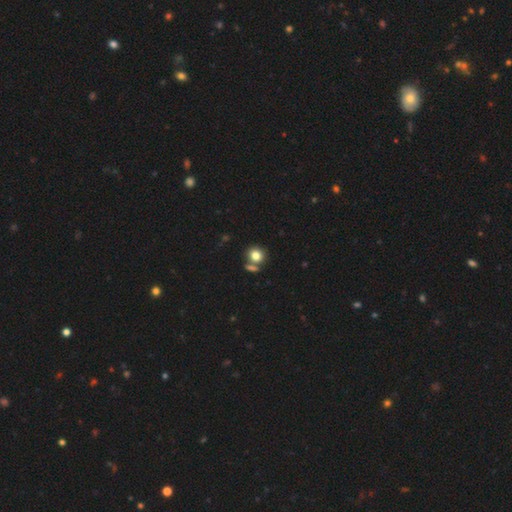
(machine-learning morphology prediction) This appears to be a smooth galaxy with no disk features (81%) that is round (78%). Merging: none (63%).